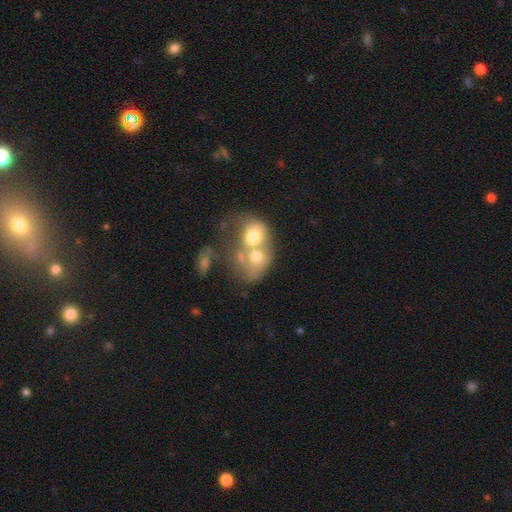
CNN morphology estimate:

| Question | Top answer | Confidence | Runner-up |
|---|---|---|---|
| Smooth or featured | smooth | 53% | featured or disk (36%) |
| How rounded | round | 51% | in between (48%) |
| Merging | merger | 75% | none (11%) |